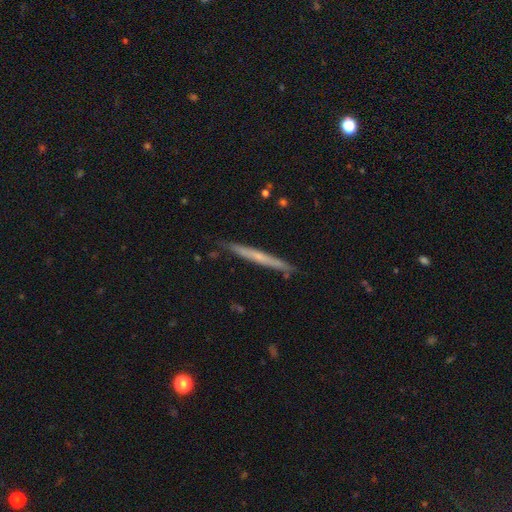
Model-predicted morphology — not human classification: This is possibly a featured or disk galaxy (55%). It is clearly viewed edge-on (96%). Edge-on bulge: likely none (69%). Merging: clearly none (86%).